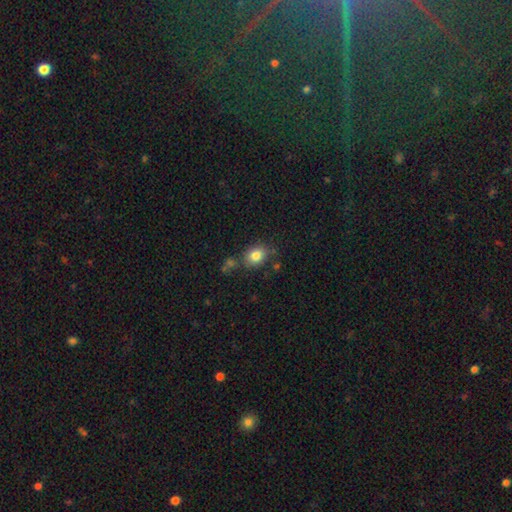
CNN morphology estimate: Smooth or featured: smooth — 83% (star or artifact — 10%)
How rounded: in between — 56% (round — 43%)
Merging: none — 72% (minor disturbance — 15%)